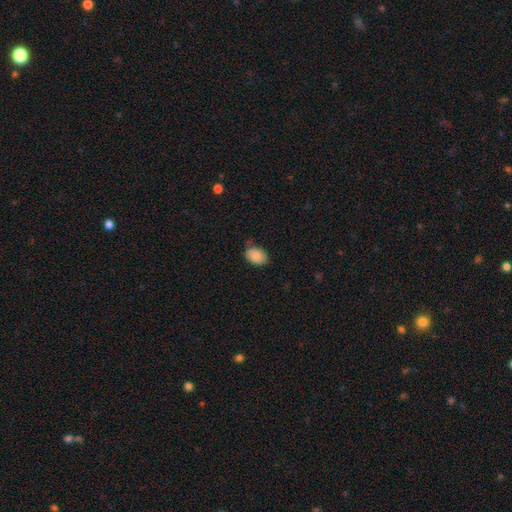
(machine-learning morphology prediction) Smooth or featured? smooth (87%)
How rounded? in between (79%)
Merging? none (69%)